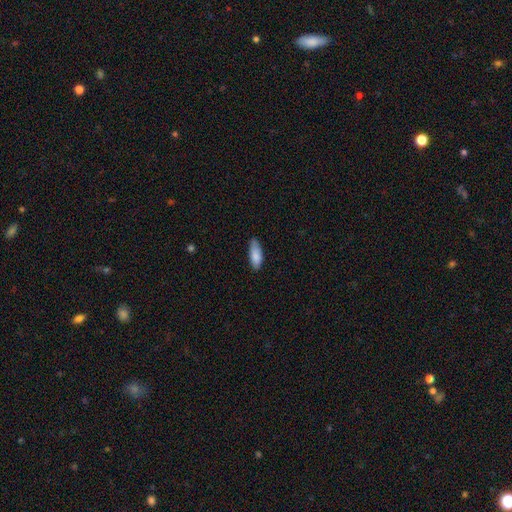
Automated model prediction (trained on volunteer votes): This appears to be a smooth galaxy with no disk features (85%) that is in between round and cigar-shaped (73%). Merging: none (75%).